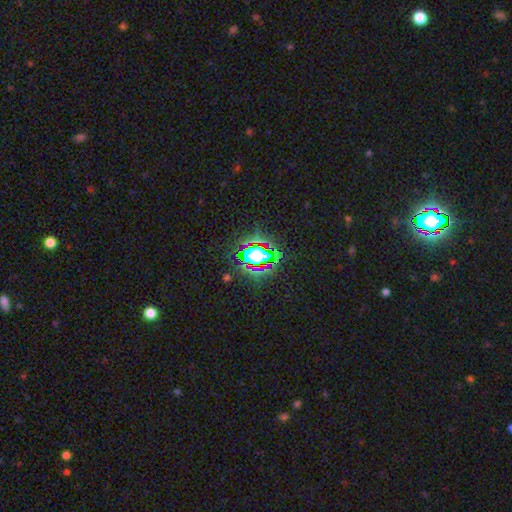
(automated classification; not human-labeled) A star or artifact, not a galaxy (62%).

Vote fractions:
- Smooth or featured? star or artifact: 62% / smooth: 25% / featured or disk: 13%